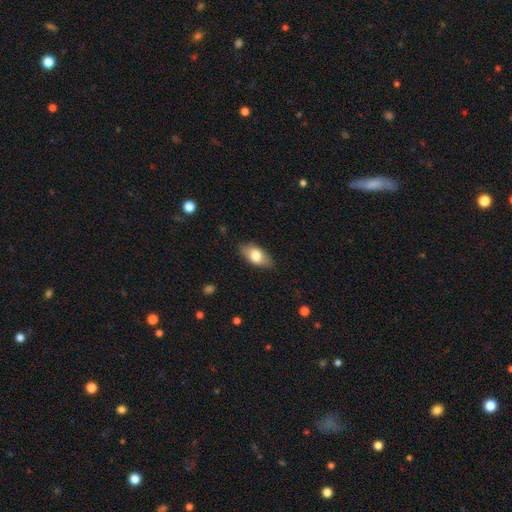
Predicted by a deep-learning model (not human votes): Overall: smooth (75%). How rounded: in between (89%). Merging: none (82%).